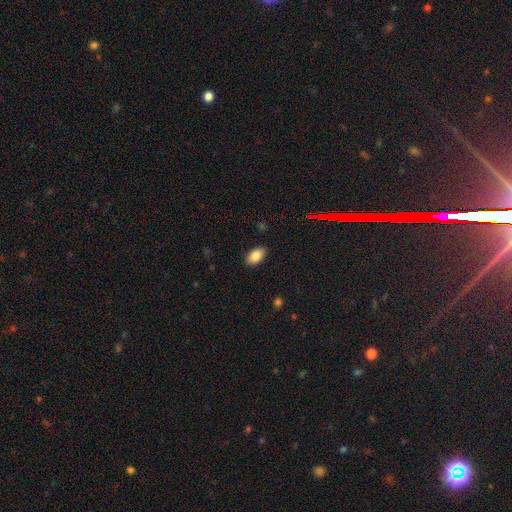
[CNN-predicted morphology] This is clearly a smooth galaxy (86%). How rounded: clearly in between (93%). Merging: clearly none (88%).